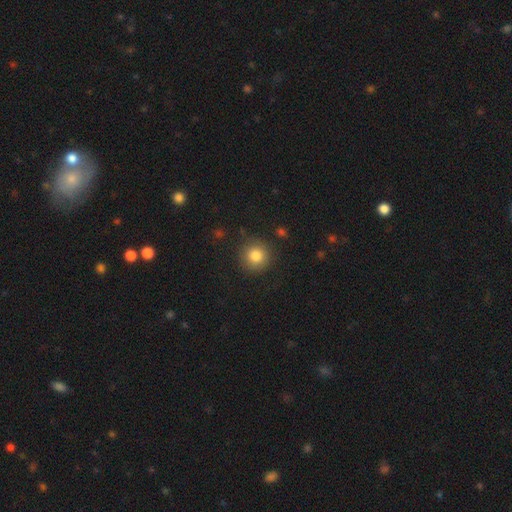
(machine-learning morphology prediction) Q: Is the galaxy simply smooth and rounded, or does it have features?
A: smooth — 82%.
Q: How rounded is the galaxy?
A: round — 94%.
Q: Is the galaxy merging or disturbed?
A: none — 88%.